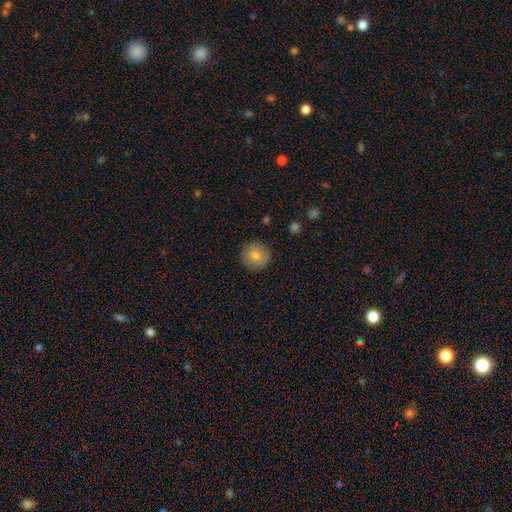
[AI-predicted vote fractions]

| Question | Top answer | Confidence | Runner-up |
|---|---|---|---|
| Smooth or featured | smooth | 81% | featured or disk (11%) |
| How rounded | round | 94% | in between (5%) |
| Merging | none | 89% | minor disturbance (7%) |